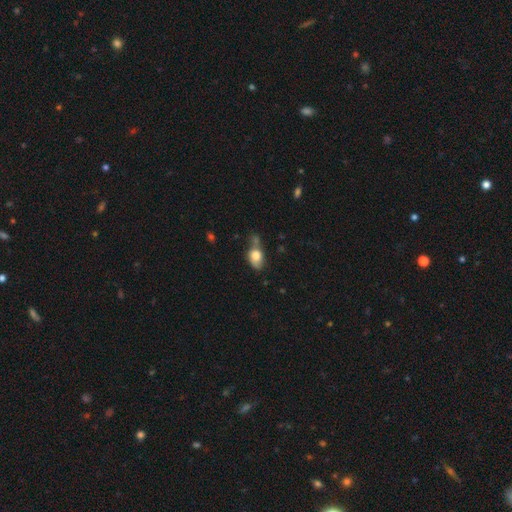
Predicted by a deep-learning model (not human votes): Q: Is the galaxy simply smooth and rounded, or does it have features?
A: smooth — 74%.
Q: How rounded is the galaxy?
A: in between — 76%.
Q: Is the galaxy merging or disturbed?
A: none — 39%.